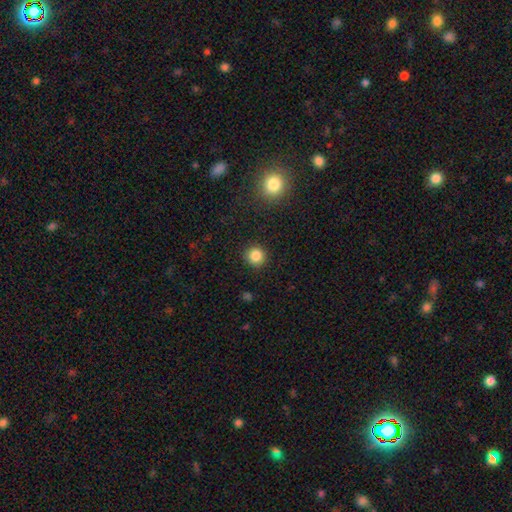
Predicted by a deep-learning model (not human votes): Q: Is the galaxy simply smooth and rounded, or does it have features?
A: smooth — 84%.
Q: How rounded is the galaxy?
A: round — 93%.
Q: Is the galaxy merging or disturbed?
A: none — 91%.